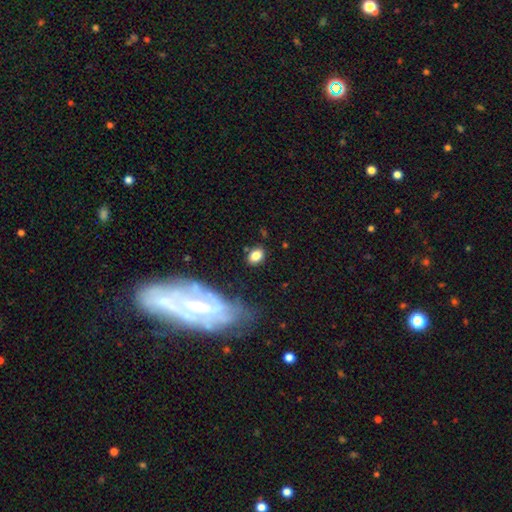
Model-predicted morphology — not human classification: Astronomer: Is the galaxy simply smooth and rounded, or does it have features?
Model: smooth — 79%.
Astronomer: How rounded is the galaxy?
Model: in between — 72%.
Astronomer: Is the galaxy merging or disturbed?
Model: none — 80%.